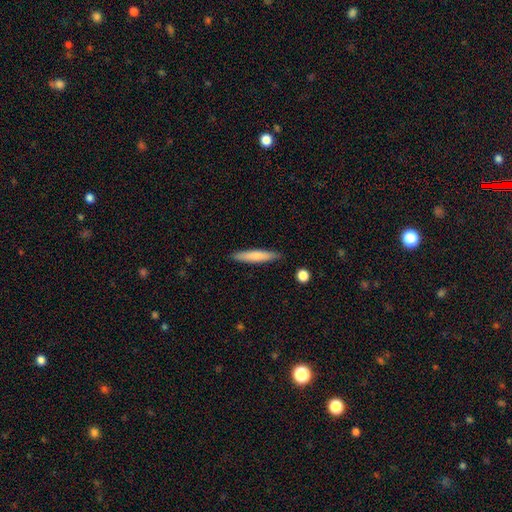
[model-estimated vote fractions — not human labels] Smooth or featured?
  - smooth: 75% *
  - featured or disk: 19%
  - star or artifact: 6%
How rounded?
  - cigar-shaped: 90% *
  - in between: 8%
  - round: 1%
Merging?
  - none: 89% *
  - minor disturbance: 8%
  - major disturbance: 2%
  - merger: 1%